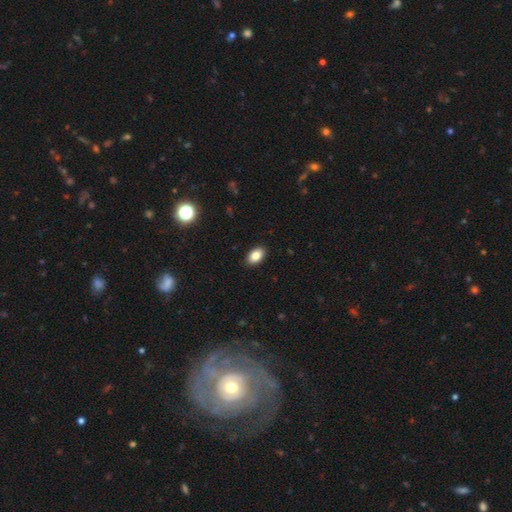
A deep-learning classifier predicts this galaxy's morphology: The model was most divided on "smooth or featured": smooth: 85%, star or artifact: 9%, featured or disk: 6%. More confident: how rounded — in between (90%); merging — none (90%).